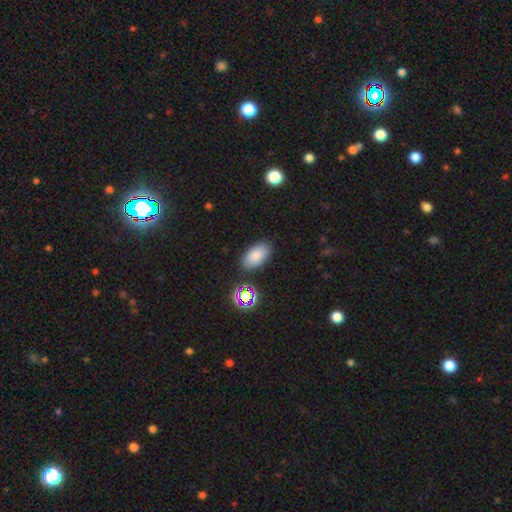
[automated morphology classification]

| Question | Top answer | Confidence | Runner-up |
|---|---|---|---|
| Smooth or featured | smooth | 80% | star or artifact (13%) |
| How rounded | in between | 93% | round (5%) |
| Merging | none | 85% | minor disturbance (10%) |